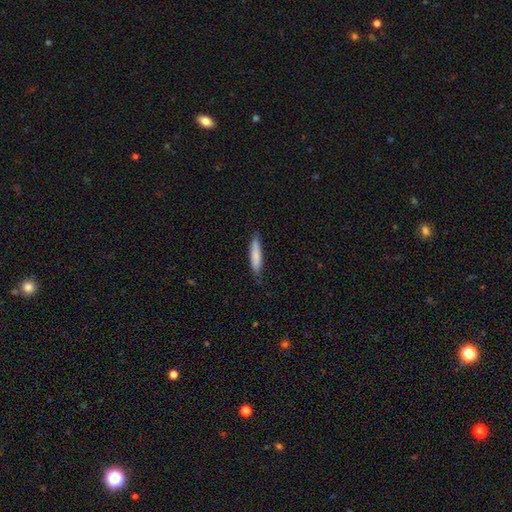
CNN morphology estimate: Smooth or featured?
  - smooth: 80% *
  - featured or disk: 15%
  - star or artifact: 5%
How rounded?
  - cigar-shaped: 83% *
  - in between: 16%
  - round: 1%
Merging?
  - none: 77% *
  - minor disturbance: 19%
  - major disturbance: 3%
  - merger: 1%